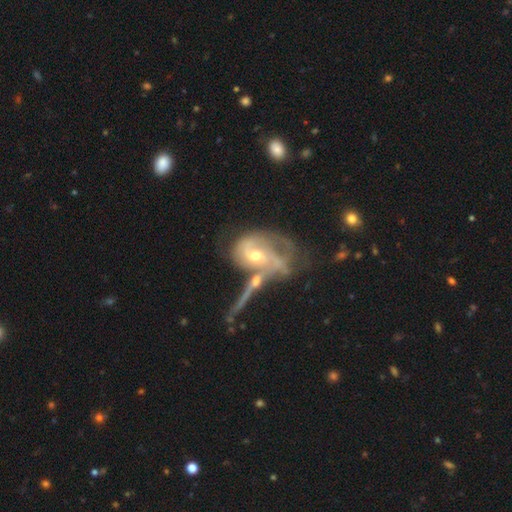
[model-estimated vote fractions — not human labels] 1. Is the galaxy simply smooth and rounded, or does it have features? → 75% featured or disk, 17% smooth, 7% star or artifact.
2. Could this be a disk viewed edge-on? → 92% no, 8% yes.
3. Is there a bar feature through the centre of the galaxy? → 61% no, 31% weak, 8% strong.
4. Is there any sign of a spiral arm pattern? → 78% yes, 22% no.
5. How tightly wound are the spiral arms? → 39% medium, 33% tight, 28% loose.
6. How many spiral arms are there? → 44% 2, 32% can't tell, 11% 1, 8% 3, 2% 4, 2% more than 4.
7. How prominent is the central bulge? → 64% moderate, 30% small, 4% large, 2% none, 1% dominant.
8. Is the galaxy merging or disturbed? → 40% merger, 24% major disturbance, 22% none, 14% minor disturbance.